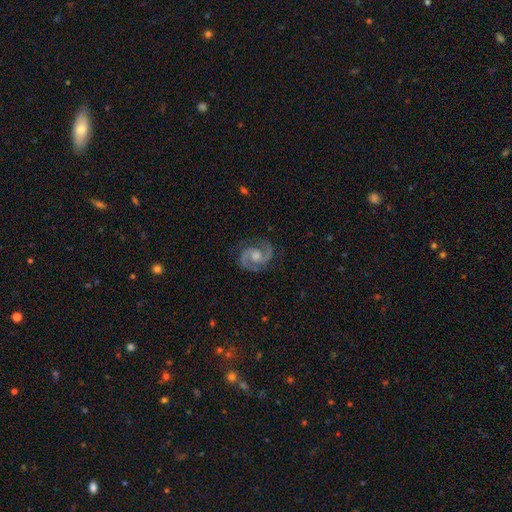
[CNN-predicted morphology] type=featured or disk (93%); edge-on=no (98%); bar=no (52%); spiral arms=yes (99%); winding=medium (61%); arm count=2 (95%); bulge=moderate (62%); merging=none (85%).